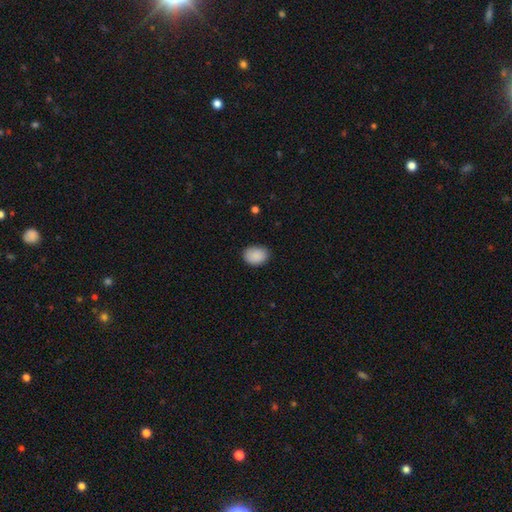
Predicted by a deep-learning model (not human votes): smooth 89%, star or artifact 7%, featured or disk 4%. Down the decision tree: how rounded — in between (72%); merging — none (82%).